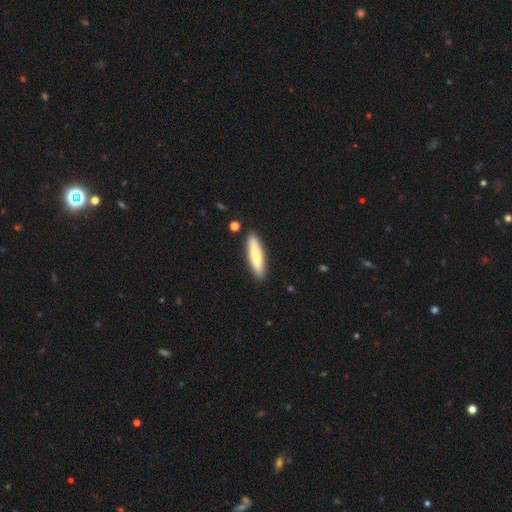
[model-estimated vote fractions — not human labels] Smooth or featured?
  - smooth: 77% *
  - featured or disk: 18%
  - star or artifact: 5%
How rounded?
  - cigar-shaped: 79% *
  - in between: 19%
  - round: 1%
Merging?
  - none: 87% *
  - minor disturbance: 9%
  - merger: 2%
  - major disturbance: 2%